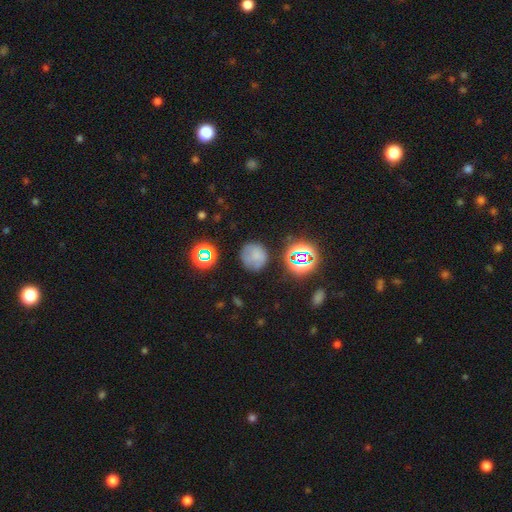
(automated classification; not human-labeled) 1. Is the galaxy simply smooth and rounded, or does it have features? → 65% smooth, 21% star or artifact, 14% featured or disk.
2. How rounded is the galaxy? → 89% round, 10% in between, 1% cigar-shaped.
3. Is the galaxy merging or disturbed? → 68% none, 20% minor disturbance, 8% major disturbance, 4% merger.